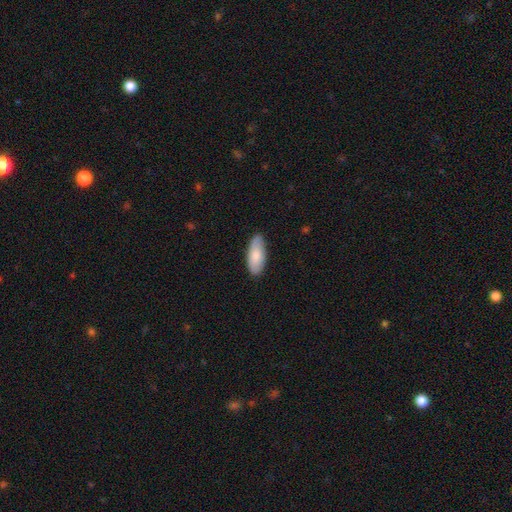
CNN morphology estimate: Smooth or featured?
  - smooth: 81% *
  - featured or disk: 14%
  - star or artifact: 5%
How rounded?
  - in between: 84% *
  - cigar-shaped: 14%
  - round: 2%
Merging?
  - none: 84% *
  - minor disturbance: 13%
  - major disturbance: 2%
  - merger: 1%